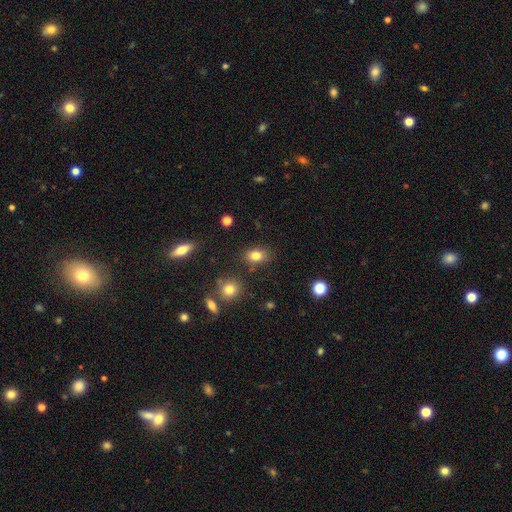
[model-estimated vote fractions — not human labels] Morphology: type=smooth (80%); roundness=in between (69%); merging=none (80%).